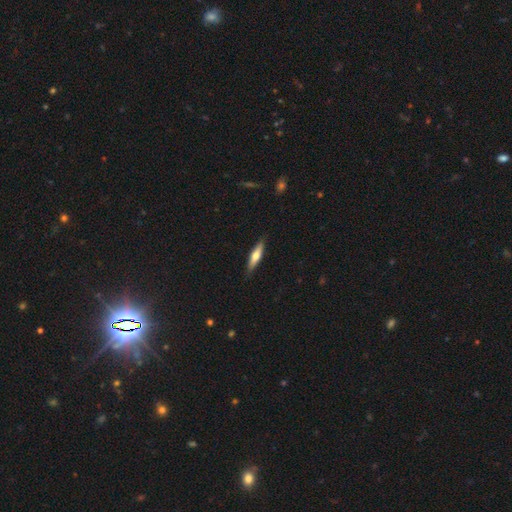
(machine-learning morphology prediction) A smooth galaxy with no disk features (57%) that is cigar-shaped (78%).

Vote fractions:
- Smooth or featured? smooth: 57% / featured or disk: 37% / star or artifact: 5%
- How rounded? cigar-shaped: 78% / in between: 21% / round: 2%
- Merging? none: 87% / minor disturbance: 10% / major disturbance: 2% / merger: 1%